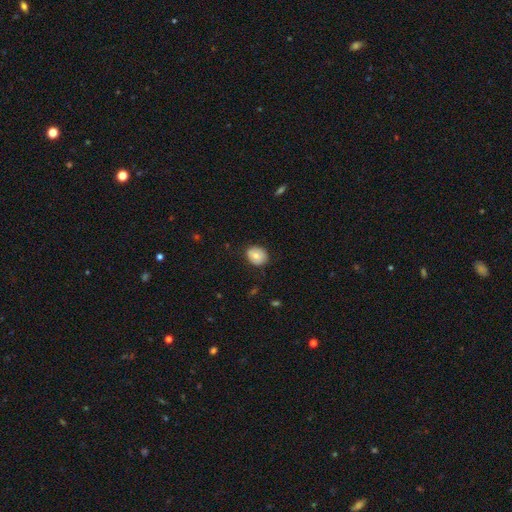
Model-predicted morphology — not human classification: Q: Smooth or featured?
A: smooth (73%); runner-up: featured or disk (19%)
Q: How rounded?
A: round (59%); runner-up: in between (40%)
Q: Merging?
A: none (81%); runner-up: minor disturbance (15%)